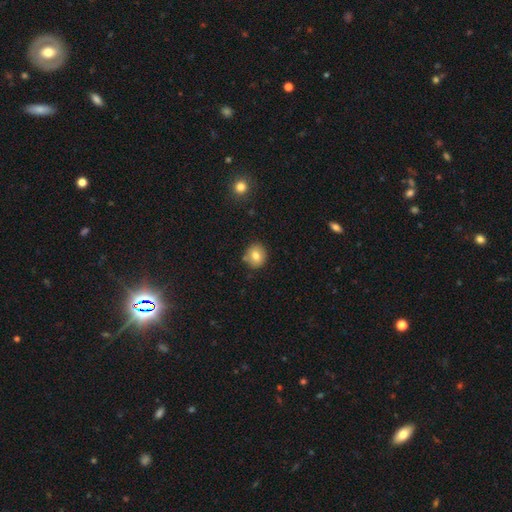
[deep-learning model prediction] The model was most divided on "smooth or featured": smooth: 77%, featured or disk: 12%, star or artifact: 10%. More confident: how rounded — round (84%); merging — none (81%).